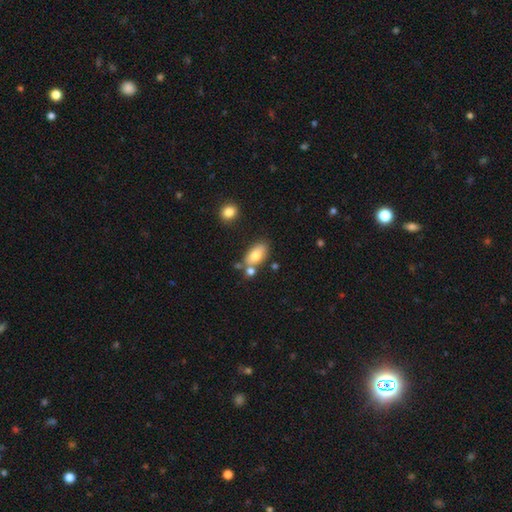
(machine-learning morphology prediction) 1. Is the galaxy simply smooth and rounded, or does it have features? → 75% smooth, 18% featured or disk, 7% star or artifact.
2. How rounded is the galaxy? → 88% in between, 7% cigar-shaped, 5% round.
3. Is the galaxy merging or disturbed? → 61% none, 20% merger, 15% minor disturbance, 4% major disturbance.